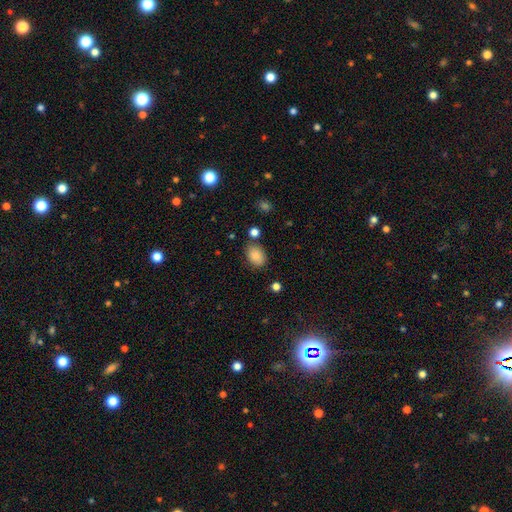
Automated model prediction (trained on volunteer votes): Smooth or featured? smooth (85%)
How rounded? in between (73%)
Merging? none (77%)